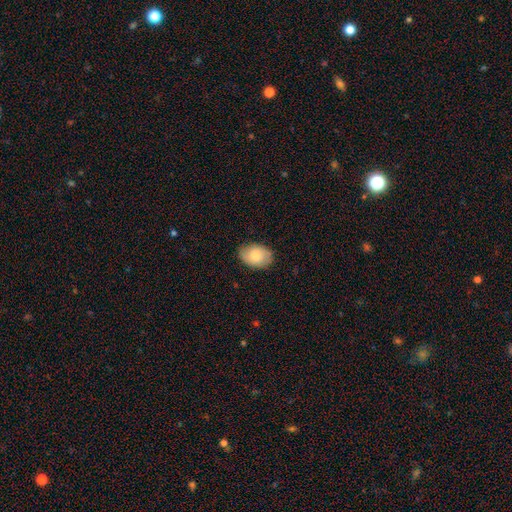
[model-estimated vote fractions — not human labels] Smooth or featured: smooth — 76% (featured or disk — 18%)
How rounded: in between — 83% (round — 16%)
Merging: none — 80% (minor disturbance — 16%)